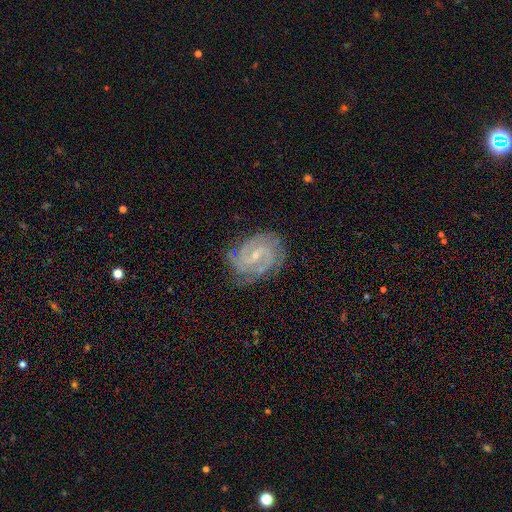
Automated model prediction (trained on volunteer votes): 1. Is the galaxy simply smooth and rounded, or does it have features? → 90% featured or disk, 6% star or artifact, 5% smooth.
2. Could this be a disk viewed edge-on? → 98% no, 2% yes.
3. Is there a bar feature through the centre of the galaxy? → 55% weak, 24% no, 21% strong.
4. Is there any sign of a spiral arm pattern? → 98% yes, 2% no.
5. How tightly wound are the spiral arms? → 58% tight, 37% medium, 5% loose.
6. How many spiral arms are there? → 66% 2, 15% 3, 8% can't tell, 5% 4, 3% more than 4, 3% 1.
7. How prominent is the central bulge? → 71% small, 23% moderate, 4% none, 1% large, 1% dominant.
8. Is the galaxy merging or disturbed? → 78% none, 16% minor disturbance, 4% major disturbance, 1% merger.